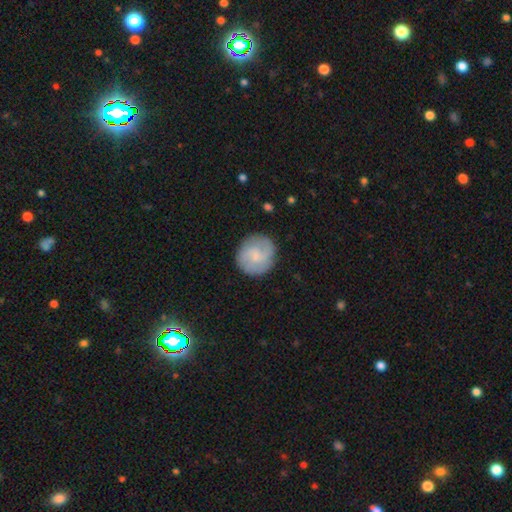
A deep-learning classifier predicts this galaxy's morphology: Smooth or featured? smooth (57%)
How rounded? round (88%)
Merging? none (83%)